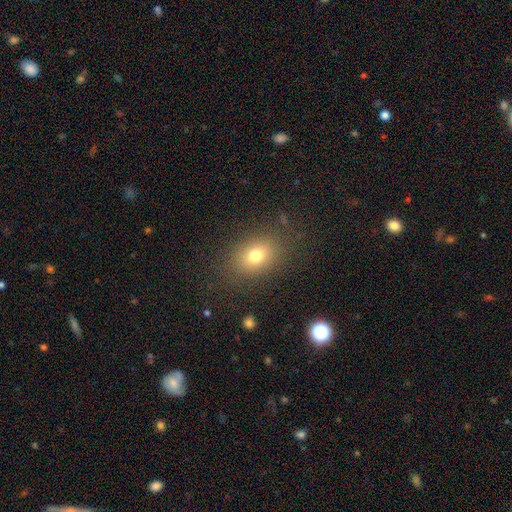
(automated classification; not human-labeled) Smooth or featured? Predicted: smooth (p=0.76). How rounded? Predicted: in between (p=0.71). Merging? Predicted: none (p=0.83).